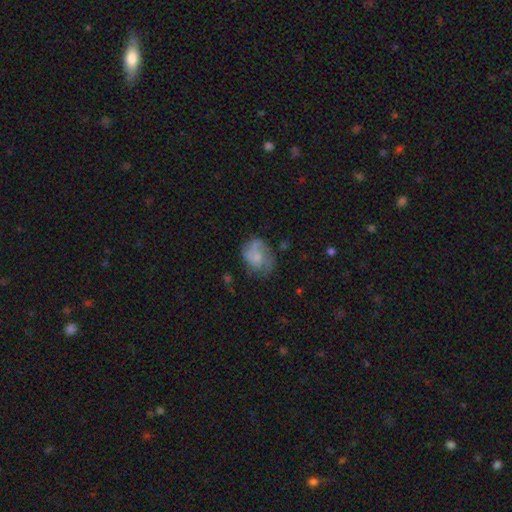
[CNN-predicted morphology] featured or disk 46%, smooth 45%, star or artifact 9%. Down the decision tree: merging — none (51%).